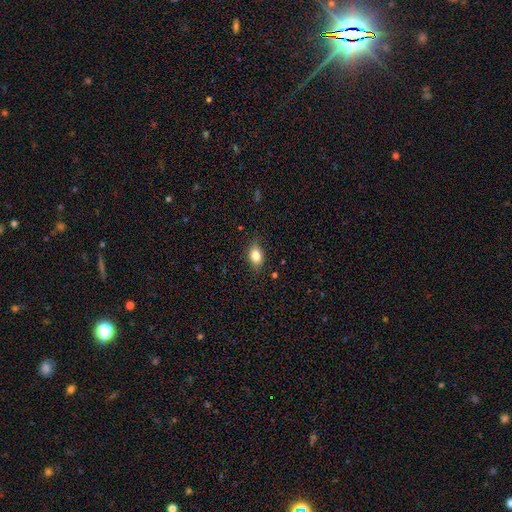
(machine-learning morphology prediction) This appears to be a smooth galaxy with no disk features (79%) that is in between round and cigar-shaped (77%). Merging: none (82%).